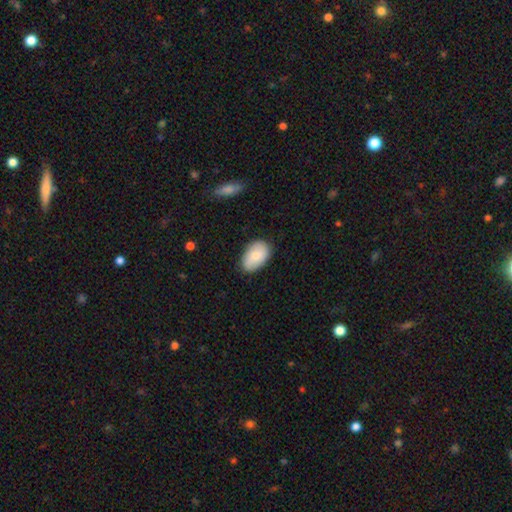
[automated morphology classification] A smooth galaxy with no disk features (81%) that is in between round and cigar-shaped (91%).

Vote fractions:
- Smooth or featured? smooth: 81% / featured or disk: 13% / star or artifact: 6%
- How rounded? in between: 91% / round: 8% / cigar-shaped: 1%
- Merging? none: 81% / minor disturbance: 15% / major disturbance: 3% / merger: 1%